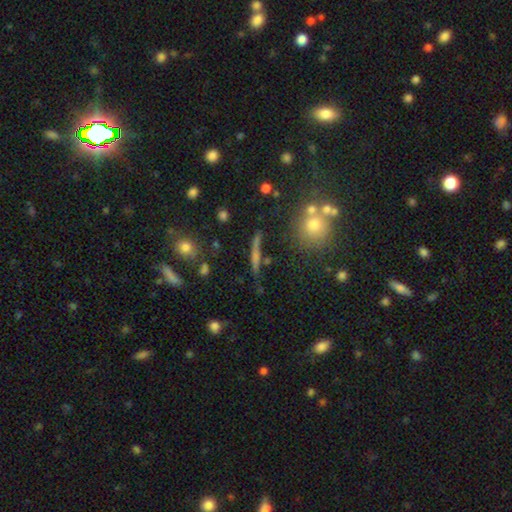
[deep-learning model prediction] A smooth galaxy with no disk features (46%). Merging: none (78%).